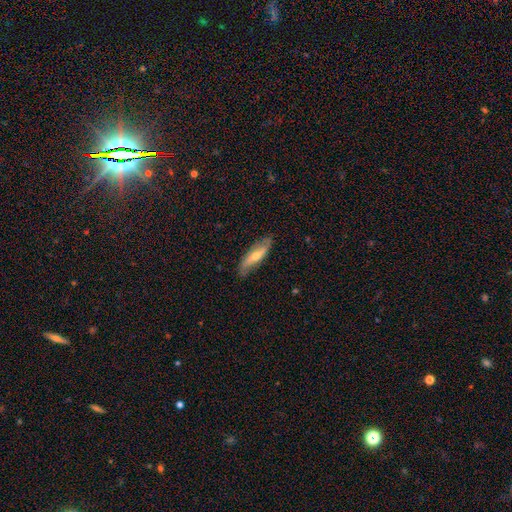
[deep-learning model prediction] Morphology: type=featured or disk (58%); edge-on=no (61%); merging=none (80%).